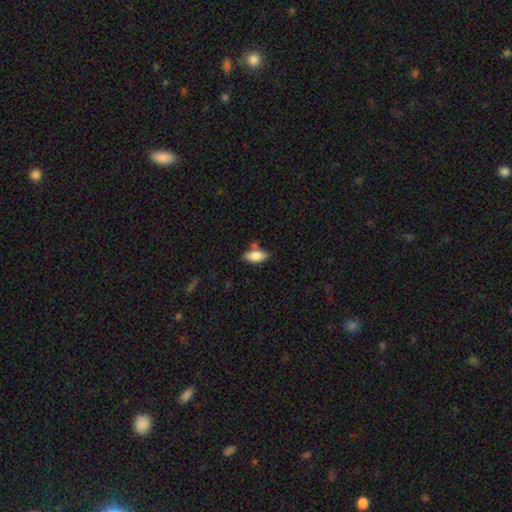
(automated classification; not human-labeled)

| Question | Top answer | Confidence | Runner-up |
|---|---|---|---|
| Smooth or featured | smooth | 81% | featured or disk (12%) |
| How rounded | in between | 87% | cigar-shaped (10%) |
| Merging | none | 70% | minor disturbance (17%) |